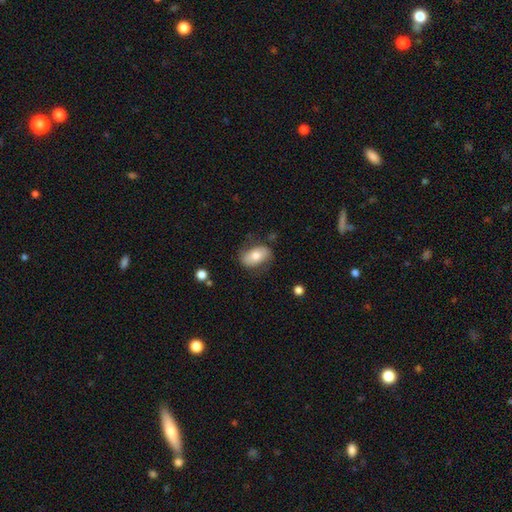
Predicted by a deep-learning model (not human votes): A smooth galaxy with no disk features (71%) that is in between round and cigar-shaped (91%).

Vote fractions:
- Smooth or featured? smooth: 71% / featured or disk: 23% / star or artifact: 7%
- How rounded? in between: 91% / round: 7% / cigar-shaped: 2%
- Merging? none: 72% / minor disturbance: 20% / major disturbance: 7% / merger: 2%